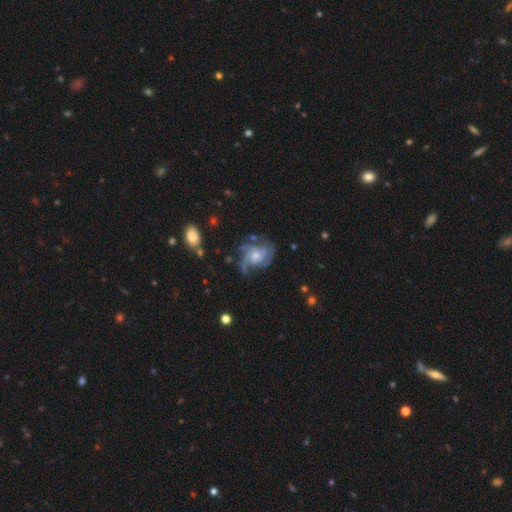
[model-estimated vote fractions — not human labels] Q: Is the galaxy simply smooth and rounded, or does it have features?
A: featured or disk — 80%.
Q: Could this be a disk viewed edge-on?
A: no — 98%.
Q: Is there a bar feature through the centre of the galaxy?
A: no — 73%.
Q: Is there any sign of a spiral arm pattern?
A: yes — 92%.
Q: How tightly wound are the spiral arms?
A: medium — 45%.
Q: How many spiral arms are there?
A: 3 — 30%.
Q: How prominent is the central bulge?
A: small — 46%.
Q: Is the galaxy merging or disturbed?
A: none — 55%.